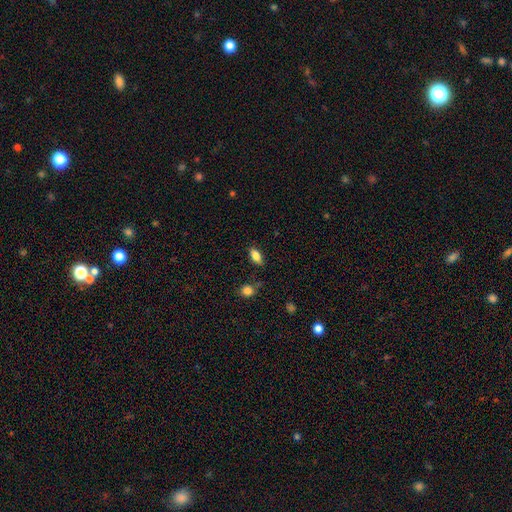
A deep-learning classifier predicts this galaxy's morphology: type=smooth (79%); roundness=in between (86%); merging=none (80%).